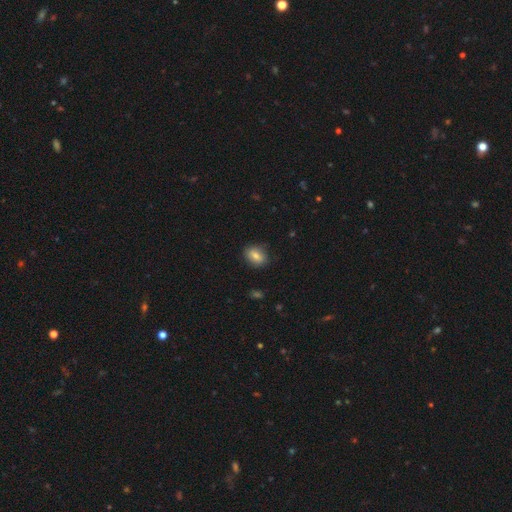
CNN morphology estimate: smooth_or_featured: smooth (p=0.77) [alt: featured or disk p=0.14]
how_rounded: in between (p=0.64) [alt: round p=0.34]
merging: none (p=0.83) [alt: minor disturbance p=0.13]